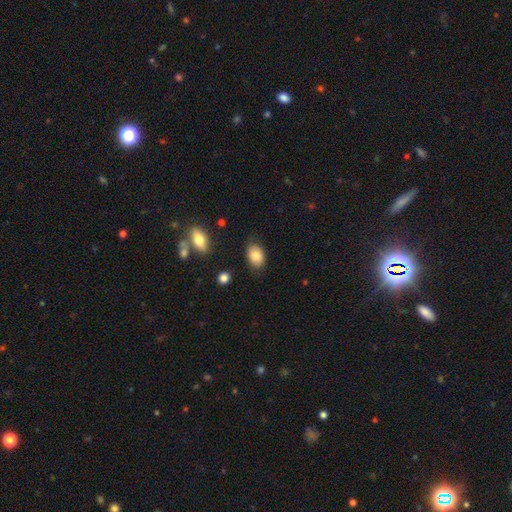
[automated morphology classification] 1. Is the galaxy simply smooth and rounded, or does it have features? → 83% smooth, 9% featured or disk, 8% star or artifact.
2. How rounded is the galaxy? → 84% in between, 14% round, 1% cigar-shaped.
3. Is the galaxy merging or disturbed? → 80% none, 14% minor disturbance, 3% major disturbance, 2% merger.